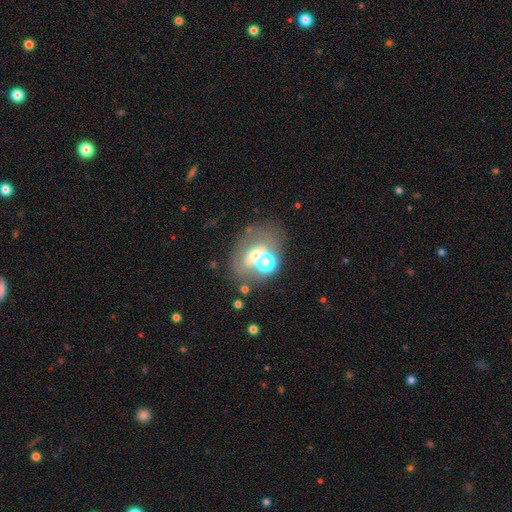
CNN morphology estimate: This appears to be a smooth galaxy with no disk features (42%). Merging: none (45%).